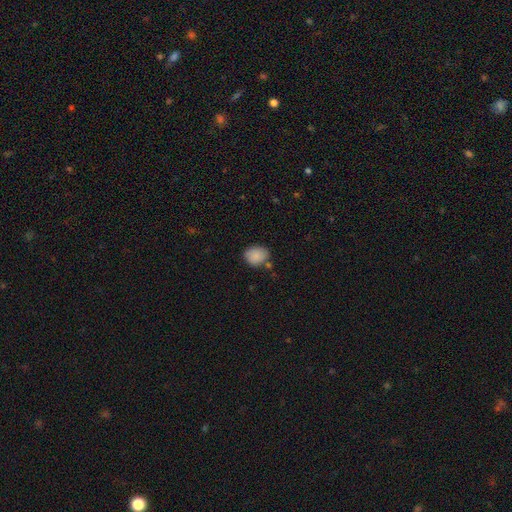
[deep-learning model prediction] Smooth or featured?
  - smooth: 87% *
  - star or artifact: 8%
  - featured or disk: 5%
How rounded?
  - round: 57% *
  - in between: 42%
  - cigar-shaped: 1%
Merging?
  - none: 73% *
  - minor disturbance: 17%
  - merger: 6%
  - major disturbance: 4%